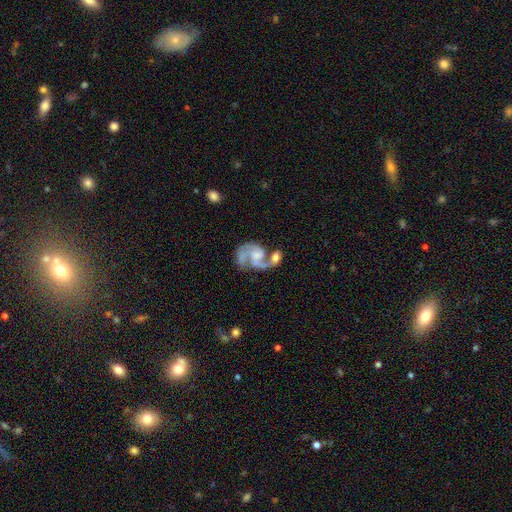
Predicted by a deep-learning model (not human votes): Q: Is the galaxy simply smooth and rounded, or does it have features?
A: featured or disk — 86%.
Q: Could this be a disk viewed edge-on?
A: no — 98%.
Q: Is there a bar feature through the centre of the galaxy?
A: no — 61%.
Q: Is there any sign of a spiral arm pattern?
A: yes — 94%.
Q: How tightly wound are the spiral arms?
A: medium — 51%.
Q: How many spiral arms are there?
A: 2 — 68%.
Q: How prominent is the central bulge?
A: none — 32%.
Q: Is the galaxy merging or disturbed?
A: merger — 33%.